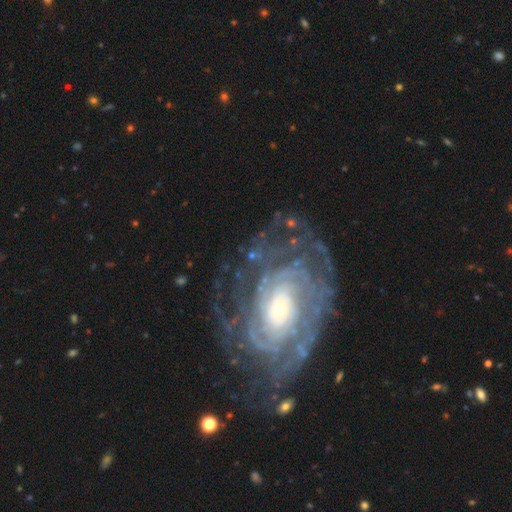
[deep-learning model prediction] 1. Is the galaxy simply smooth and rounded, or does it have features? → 86% featured or disk, 7% star or artifact, 7% smooth.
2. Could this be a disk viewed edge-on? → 96% no, 4% yes.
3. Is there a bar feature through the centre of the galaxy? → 73% no, 19% weak, 9% strong.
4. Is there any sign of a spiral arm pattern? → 96% yes, 4% no.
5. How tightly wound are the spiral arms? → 76% tight, 19% medium, 5% loose.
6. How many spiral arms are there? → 35% can't tell, 18% more than 4, 15% 4, 12% 2, 11% 3, 7% 1.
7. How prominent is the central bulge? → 58% small, 25% moderate, 12% large, 3% none, 2% dominant.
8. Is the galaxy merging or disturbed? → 72% none, 15% minor disturbance, 11% major disturbance, 2% merger.